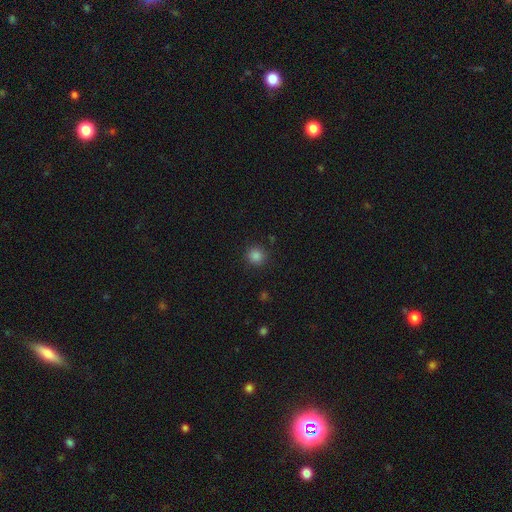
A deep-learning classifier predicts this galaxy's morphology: type=smooth (85%); roundness=round (93%); merging=none (89%).